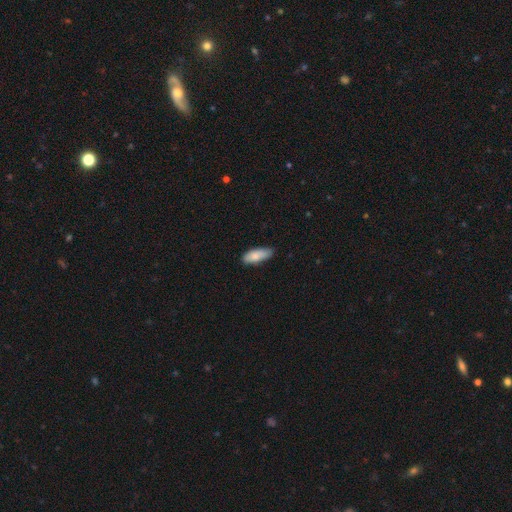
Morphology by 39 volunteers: smooth-or-featured: smooth: 82% | featured or disk: 10% | star or artifact: 8%
  how-rounded: in between: 84% | cigar-shaped: 16% | round: 0%
  merging: none: 72% | minor disturbance: 28% | major disturbance: 0% | merger: 0%